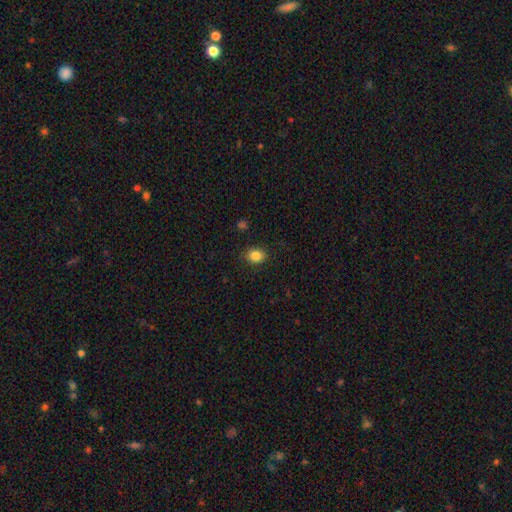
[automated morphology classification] Smooth or featured: smooth — 85% (star or artifact — 10%)
How rounded: in between — 51% (round — 48%)
Merging: none — 88% (minor disturbance — 9%)